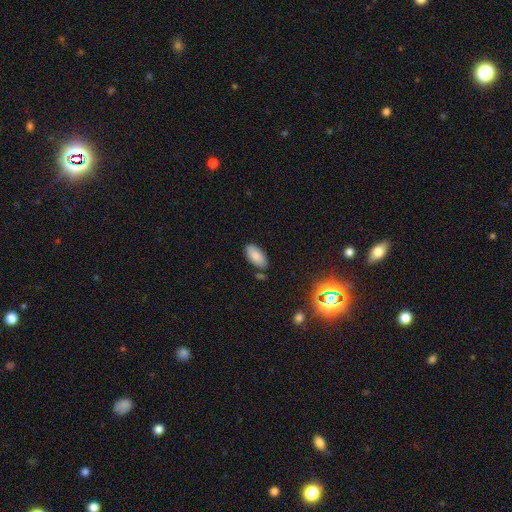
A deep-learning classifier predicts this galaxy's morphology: Smooth or featured? Predicted: smooth (p=0.84). How rounded? Predicted: in between (p=0.93). Merging? Predicted: none (p=0.80).